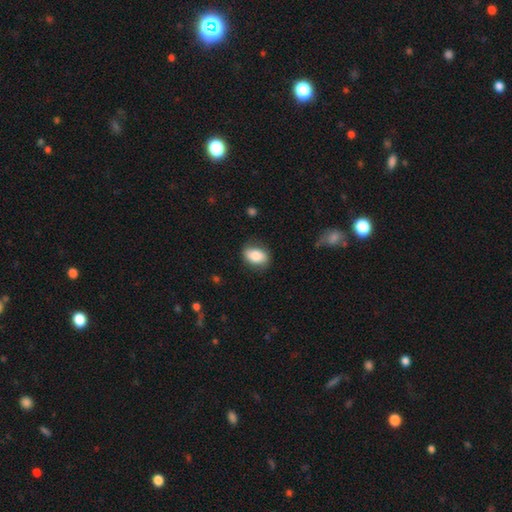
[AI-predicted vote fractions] The model was most divided on "smooth or featured": smooth: 77%, featured or disk: 16%, star or artifact: 7%. More confident: how rounded — in between (82%); merging — none (77%).